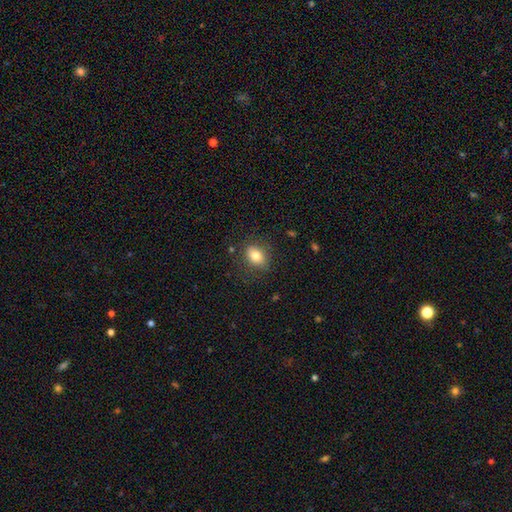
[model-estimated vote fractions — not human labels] This is likely a smooth galaxy (78%). How rounded: likely in between (69%). Merging: clearly none (80%).